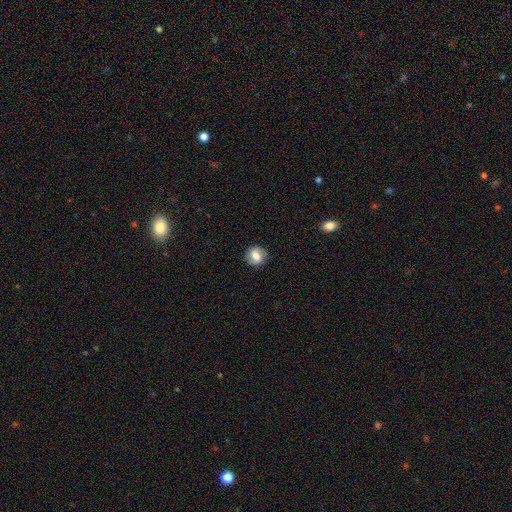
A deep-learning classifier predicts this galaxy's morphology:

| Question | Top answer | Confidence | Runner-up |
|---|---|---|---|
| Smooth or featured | smooth | 56% | featured or disk (35%) |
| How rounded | round | 68% | in between (30%) |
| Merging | none | 83% | minor disturbance (12%) |